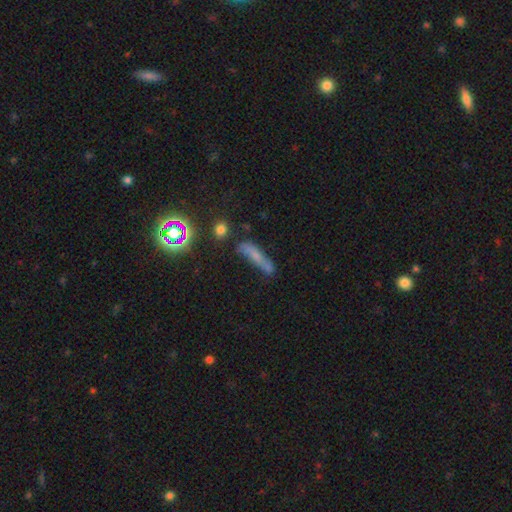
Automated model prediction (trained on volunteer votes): Smooth or featured?
  - smooth: 50% *
  - featured or disk: 28%
  - star or artifact: 22%
How rounded?
  - cigar-shaped: 78% *
  - in between: 17%
  - round: 6%
Merging?
  - none: 50% *
  - minor disturbance: 23%
  - merger: 15%
  - major disturbance: 12%